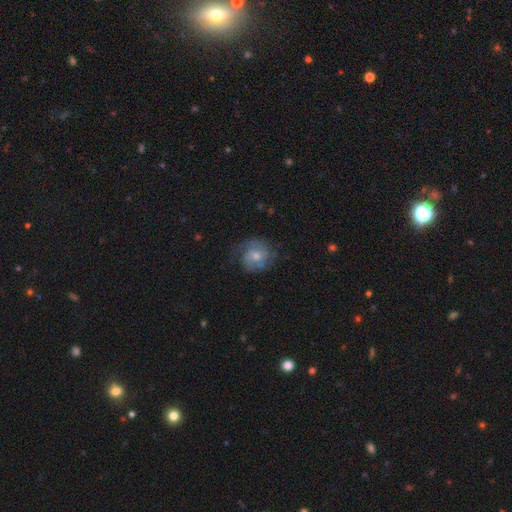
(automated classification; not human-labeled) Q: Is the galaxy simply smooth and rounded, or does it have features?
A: featured or disk — 56%.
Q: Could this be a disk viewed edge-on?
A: no — 98%.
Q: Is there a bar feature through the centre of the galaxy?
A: no — 69%.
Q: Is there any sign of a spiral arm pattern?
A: yes — 84%.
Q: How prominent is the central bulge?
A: moderate — 56%.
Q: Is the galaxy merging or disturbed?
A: none — 65%.